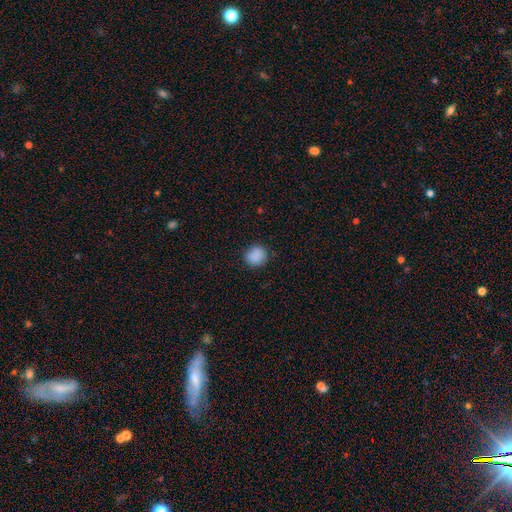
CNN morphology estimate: Q: Smooth or featured?
A: smooth (87%); runner-up: star or artifact (9%)
Q: How rounded?
A: round (84%); runner-up: in between (15%)
Q: Merging?
A: none (81%); runner-up: minor disturbance (14%)